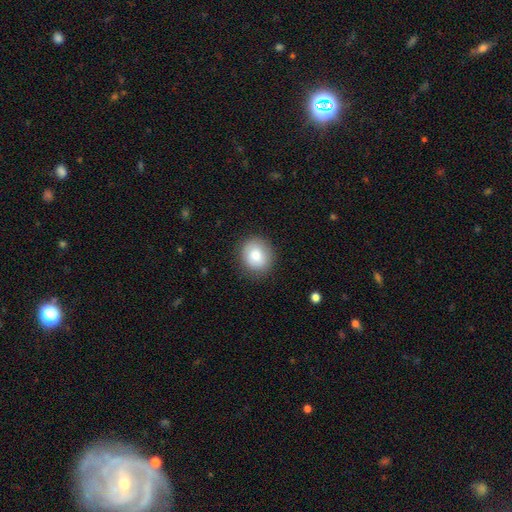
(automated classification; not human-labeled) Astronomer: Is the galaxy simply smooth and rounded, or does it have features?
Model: smooth — 82%.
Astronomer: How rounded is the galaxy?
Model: round — 75%.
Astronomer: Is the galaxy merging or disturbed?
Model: none — 85%.